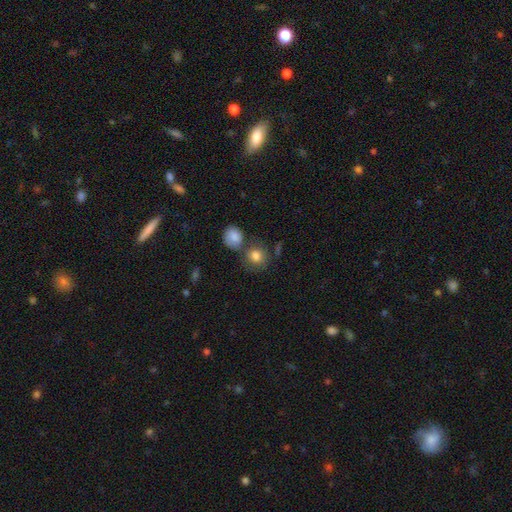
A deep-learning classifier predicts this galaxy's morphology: Smooth or featured? Predicted: smooth (p=0.80). How rounded? Predicted: round (p=0.80). Merging? Predicted: none (p=0.54).